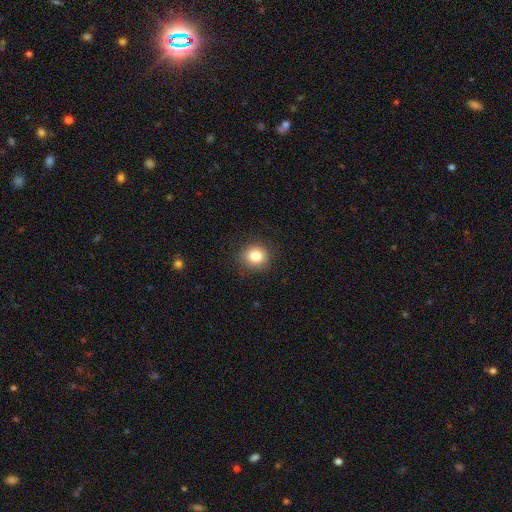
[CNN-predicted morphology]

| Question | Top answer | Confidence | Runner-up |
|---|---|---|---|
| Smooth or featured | smooth | 83% | star or artifact (10%) |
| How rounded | round | 85% | in between (14%) |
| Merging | none | 87% | minor disturbance (9%) |